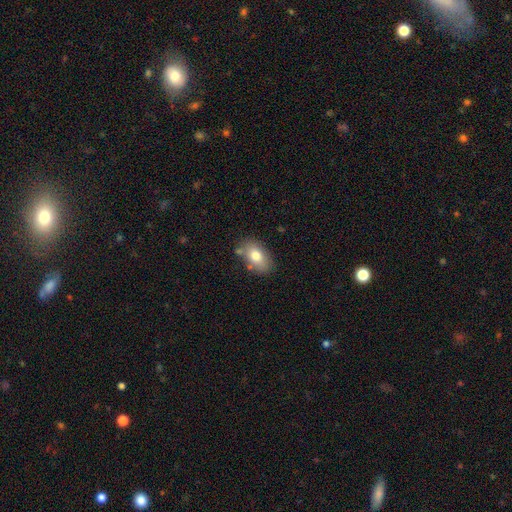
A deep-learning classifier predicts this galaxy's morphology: Smooth or featured: smooth — 76% (featured or disk — 16%)
How rounded: in between — 88% (round — 10%)
Merging: none — 73% (minor disturbance — 17%)